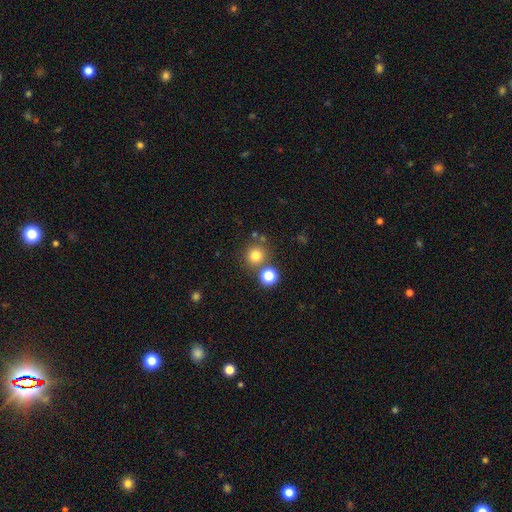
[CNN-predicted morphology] smooth_or_featured: smooth (p=0.76) [alt: star or artifact p=0.16]
how_rounded: round (p=0.92) [alt: in between p=0.07]
merging: none (p=0.74) [alt: merger p=0.14]